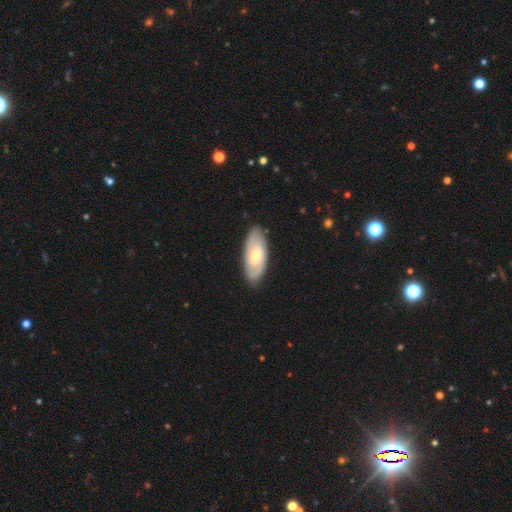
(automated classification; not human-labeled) A featured or disk galaxy (57%) with a weak bar (49%), spiral arms (79%) and a small central bulge (49%).

Vote fractions:
- Smooth or featured? featured or disk: 57% / smooth: 38% / star or artifact: 5%
- Edge-on disk? no: 90% / yes: 10%
- Bar? weak: 49% / no: 35% / strong: 16%
- Spiral arms? yes: 79% / no: 21%
- Bulge size? small: 49% / moderate: 44% / large: 3% / none: 2% / dominant: 1%
- Merging? none: 84% / minor disturbance: 12% / major disturbance: 3% / merger: 1%